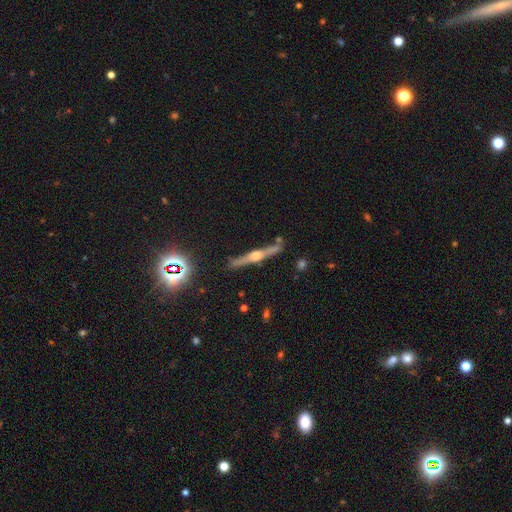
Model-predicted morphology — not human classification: Smooth or featured?
  - featured or disk: 77% *
  - smooth: 16%
  - star or artifact: 7%
Edge-on disk?
  - yes: 98% *
  - no: 2%
Edge-on bulge?
  - rounded: 89% *
  - boxy: 8%
  - none: 4%
Merging?
  - none: 85% *
  - minor disturbance: 10%
  - merger: 3%
  - major disturbance: 2%